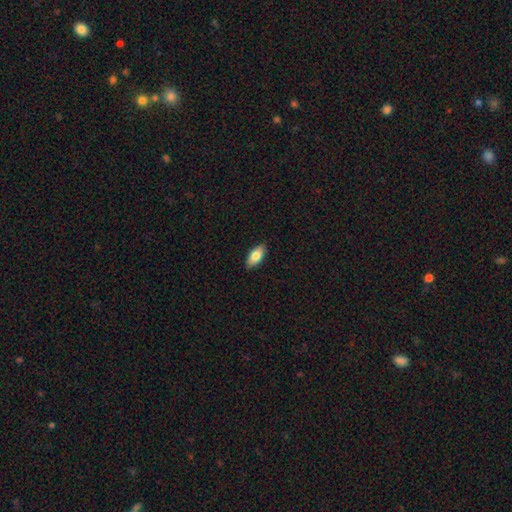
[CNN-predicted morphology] type=smooth (80%); roundness=in between (90%); merging=none (88%).